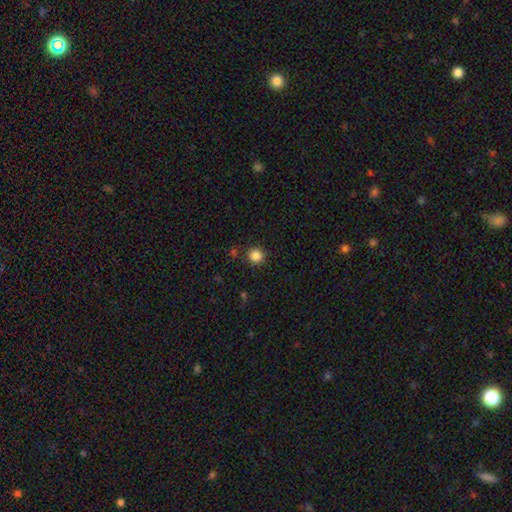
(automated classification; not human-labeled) Smooth or featured?
  - smooth: 85% *
  - star or artifact: 11%
  - featured or disk: 3%
How rounded?
  - round: 94% *
  - in between: 5%
  - cigar-shaped: 1%
Merging?
  - none: 89% *
  - minor disturbance: 6%
  - merger: 3%
  - major disturbance: 2%